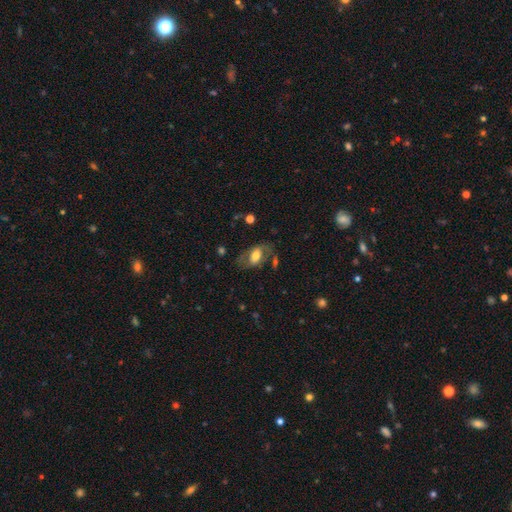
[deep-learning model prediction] Q: Smooth or featured?
A: smooth (52%); runner-up: featured or disk (41%)
Q: How rounded?
A: in between (89%); runner-up: round (9%)
Q: Merging?
A: none (56%); runner-up: minor disturbance (21%)